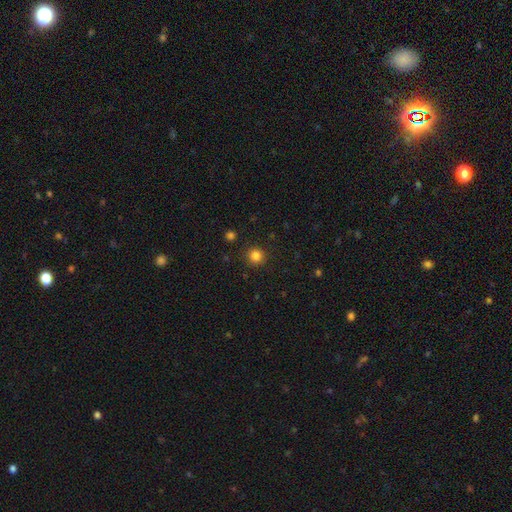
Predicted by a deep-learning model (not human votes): Smooth or featured? Predicted: smooth (p=0.82). How rounded? Predicted: round (p=0.93). Merging? Predicted: none (p=0.91).